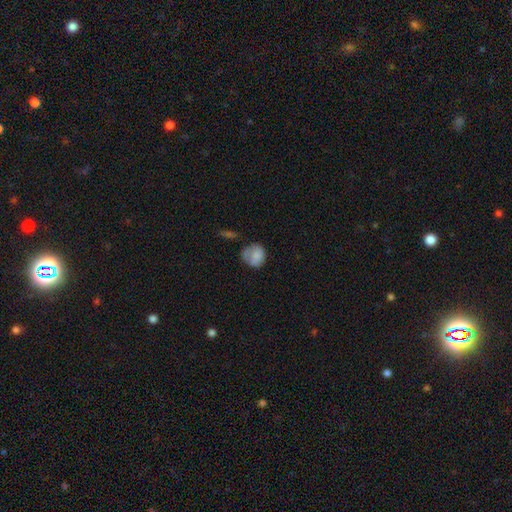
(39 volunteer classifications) A smooth galaxy with no disk features (69%) that is round (63%).

Vote fractions:
- Smooth or featured? smooth: 69% / featured or disk: 21% / star or artifact: 10%
- How rounded? round: 63% / in between: 37% / cigar-shaped: 0%
- Merging? none: 43% (tied) / minor disturbance: 43% (tied) / major disturbance: 11% / merger: 3%